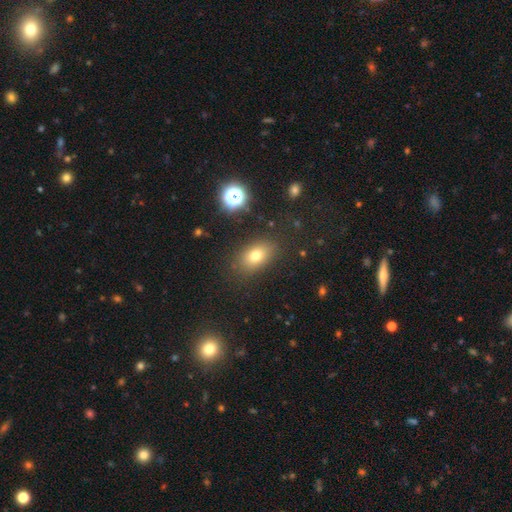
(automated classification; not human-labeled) Morphology: type=smooth (74%); roundness=in between (81%); merging=none (83%).